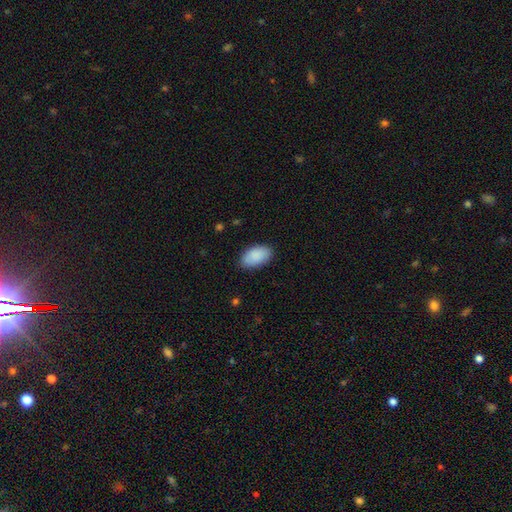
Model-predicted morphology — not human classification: This is clearly a smooth galaxy (90%). How rounded: clearly in between (95%). Merging: clearly none (85%).